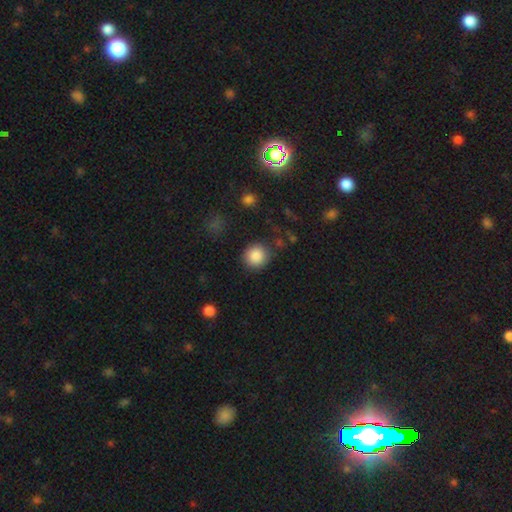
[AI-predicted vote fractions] Smooth or featured: smooth — 88% (star or artifact — 8%)
How rounded: round — 89% (in between — 10%)
Merging: none — 84% (minor disturbance — 10%)